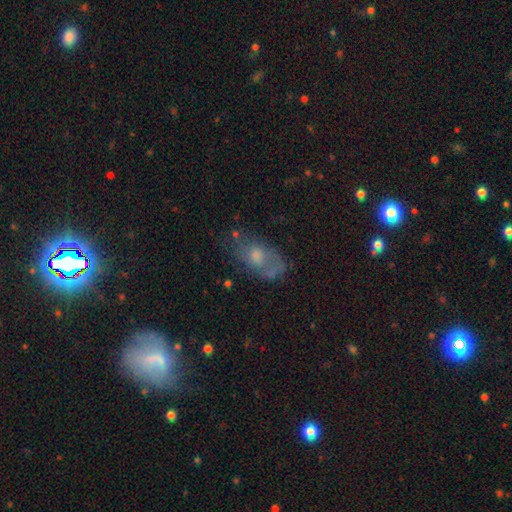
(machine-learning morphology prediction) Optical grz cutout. It shows a featured or disk galaxy (46%). Merging: none (51%).